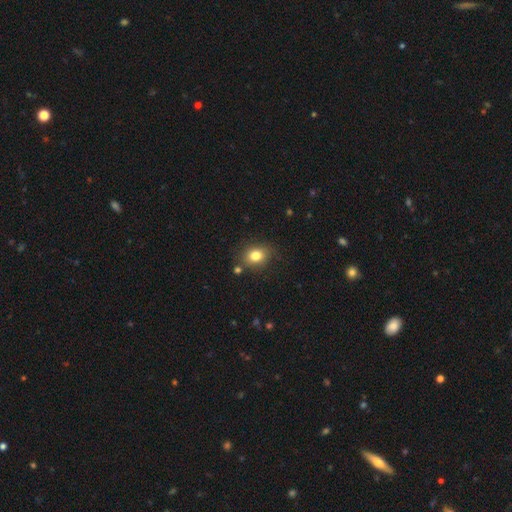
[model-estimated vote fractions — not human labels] This appears to be a smooth galaxy with no disk features (80%) that is in between round and cigar-shaped (54%). Merging: none (79%).